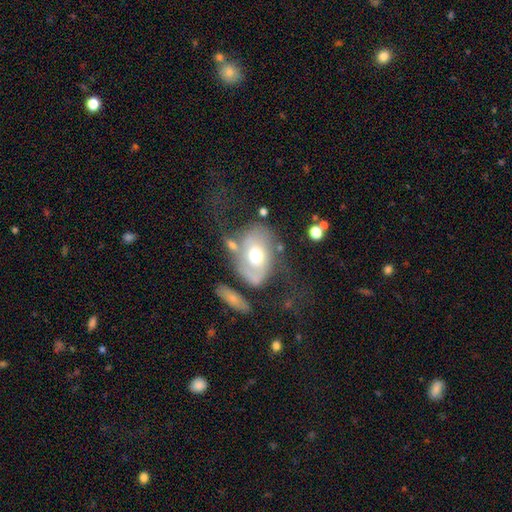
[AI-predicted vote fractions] A featured or disk galaxy (50%).

Vote fractions:
- Smooth or featured? featured or disk: 50% / smooth: 42% / star or artifact: 8%
- Merging? none: 40% / major disturbance: 24% / minor disturbance: 21% / merger: 14%